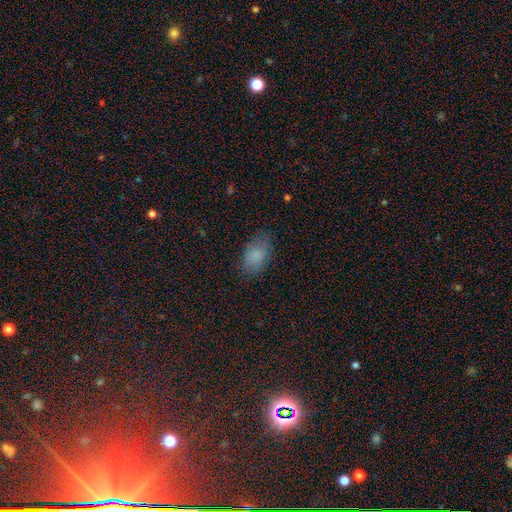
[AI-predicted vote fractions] Smooth or featured? smooth (84%)
How rounded? in between (90%)
Merging? none (78%)